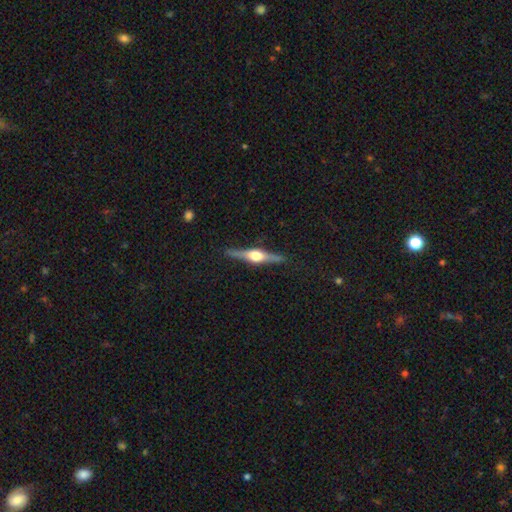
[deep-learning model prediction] The model was most divided on "smooth or featured": featured or disk: 80%, smooth: 15%, star or artifact: 5%. More confident: edge-on disk — yes (98%); edge-on bulge — rounded (94%); merging — none (90%).